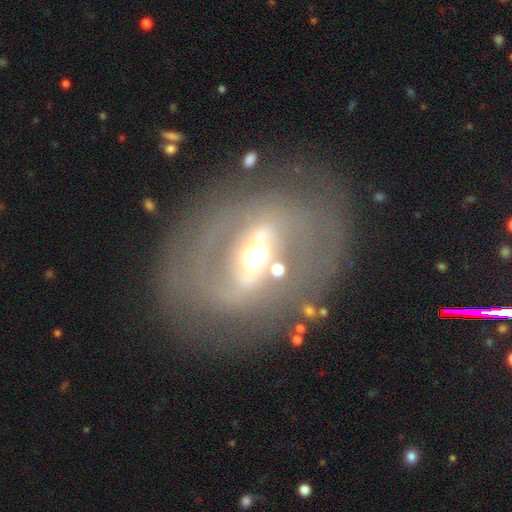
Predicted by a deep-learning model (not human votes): featured or disk 77%, smooth 15%, star or artifact 8%. Down the decision tree: edge-on disk — no (91%); bar — strong (57%); spiral arms — yes (56%); bulge size — moderate (64%); merging — none (67%).